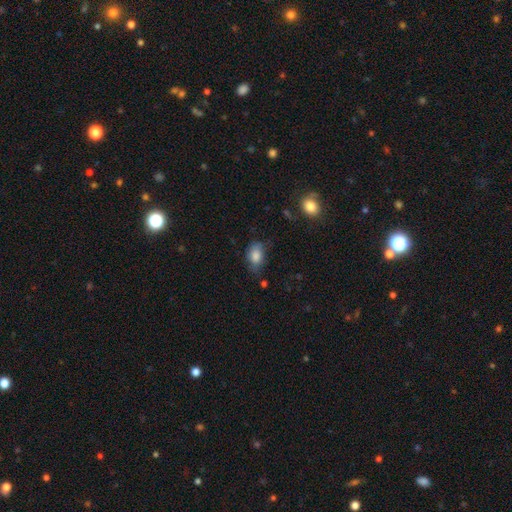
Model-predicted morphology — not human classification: This is clearly a smooth galaxy (83%). How rounded: clearly in between (85%). Merging: possibly none (58%).